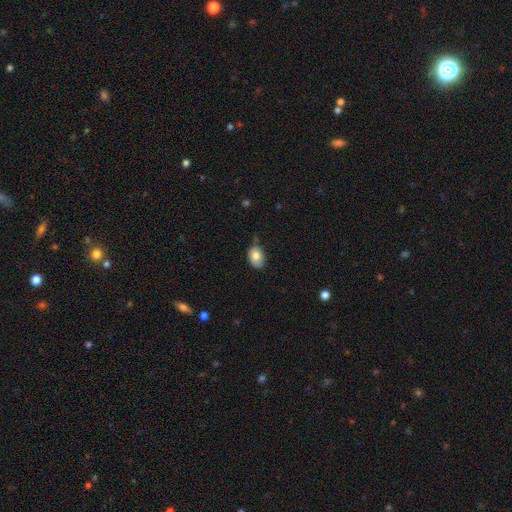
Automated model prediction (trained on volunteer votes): This appears to be a smooth galaxy with no disk features (80%) that is in between round and cigar-shaped (81%). Merging: none (65%).